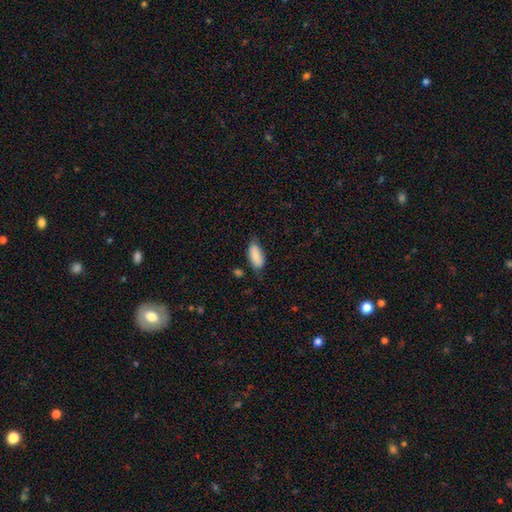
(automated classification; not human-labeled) Smooth or featured?
  - smooth: 86% *
  - featured or disk: 7%
  - star or artifact: 6%
How rounded?
  - in between: 87% *
  - cigar-shaped: 11%
  - round: 2%
Merging?
  - none: 69% *
  - minor disturbance: 24%
  - major disturbance: 5%
  - merger: 2%